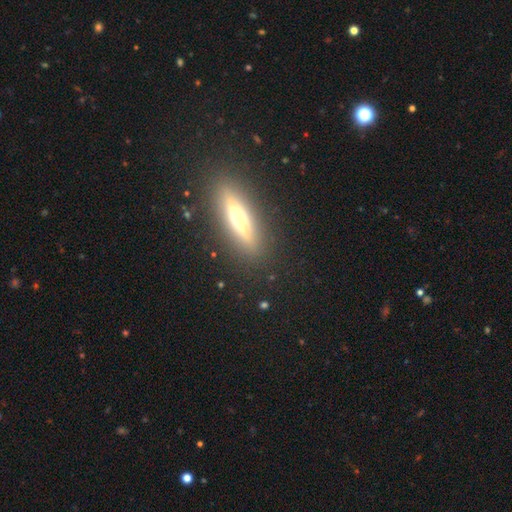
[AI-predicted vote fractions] Smooth or featured? Predicted: smooth (p=0.47). Merging? Predicted: none (p=0.88).